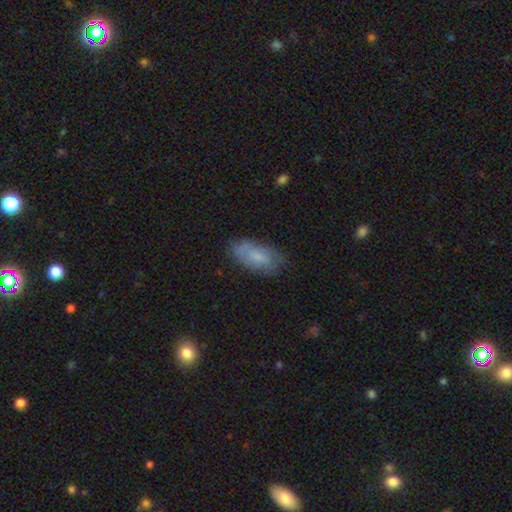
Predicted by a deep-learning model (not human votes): Morphology: type=smooth (72%); roundness=in between (89%); merging=none (68%).